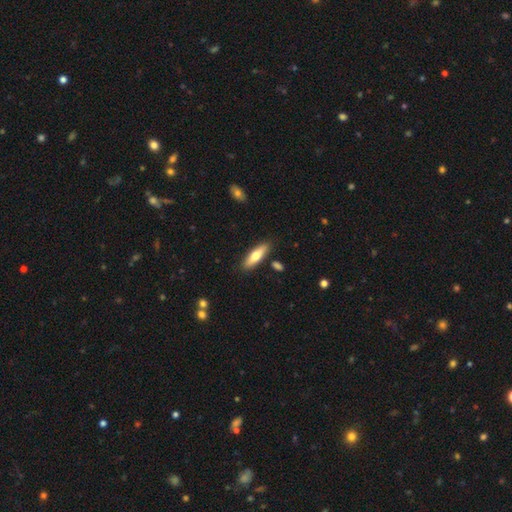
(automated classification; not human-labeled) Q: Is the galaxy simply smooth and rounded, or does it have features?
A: smooth — 68%.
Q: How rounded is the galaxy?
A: cigar-shaped — 56%.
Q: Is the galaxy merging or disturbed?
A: none — 86%.